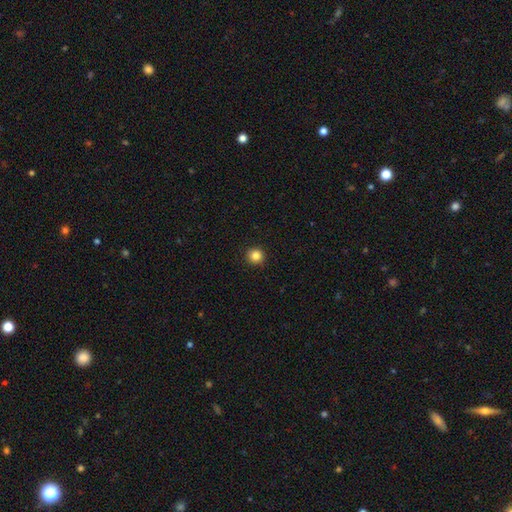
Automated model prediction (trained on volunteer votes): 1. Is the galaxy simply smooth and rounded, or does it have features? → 84% smooth, 11% star or artifact, 4% featured or disk.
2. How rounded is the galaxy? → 95% round, 5% in between, 1% cigar-shaped.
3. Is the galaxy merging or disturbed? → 93% none, 5% minor disturbance, 2% major disturbance, 1% merger.